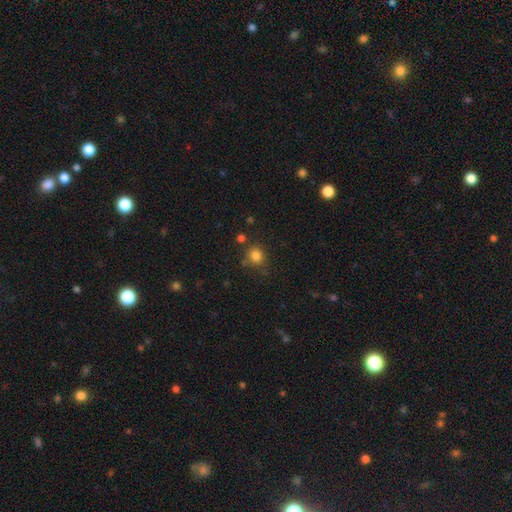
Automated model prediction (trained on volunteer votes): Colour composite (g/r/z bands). It shows a smooth galaxy with no disk features (82%) that is round (72%). Merging: none (72%).